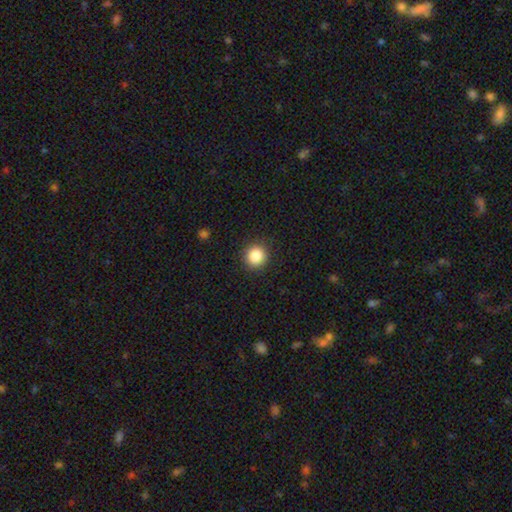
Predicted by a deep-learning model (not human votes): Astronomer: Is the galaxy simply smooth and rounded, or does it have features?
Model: smooth — 85%.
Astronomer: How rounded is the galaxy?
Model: round — 93%.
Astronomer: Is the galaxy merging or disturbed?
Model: none — 91%.